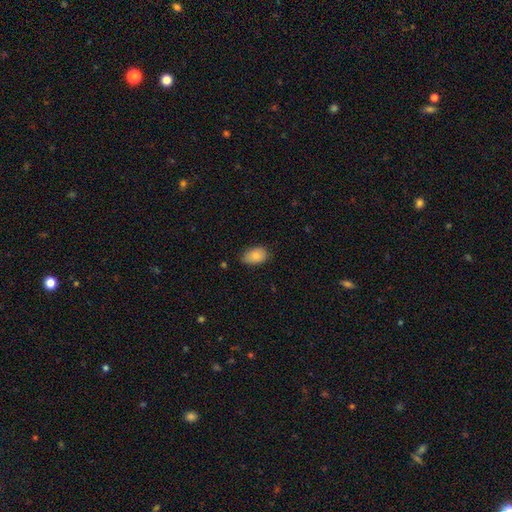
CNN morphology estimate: A smooth galaxy with no disk features (85%) that is in between round and cigar-shaped (90%).

Vote fractions:
- Smooth or featured? smooth: 85% / featured or disk: 7% / star or artifact: 7%
- How rounded? in between: 90% / round: 9% / cigar-shaped: 1%
- Merging? none: 71% / minor disturbance: 24% / major disturbance: 3% / merger: 1%